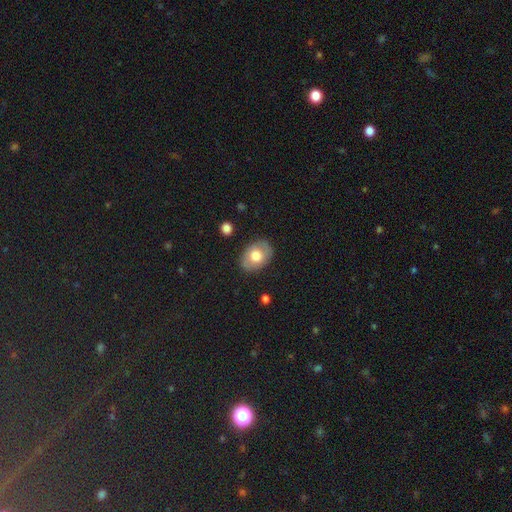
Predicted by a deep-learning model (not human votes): Smooth or featured? smooth (68%)
How rounded? in between (82%)
Merging? none (84%)